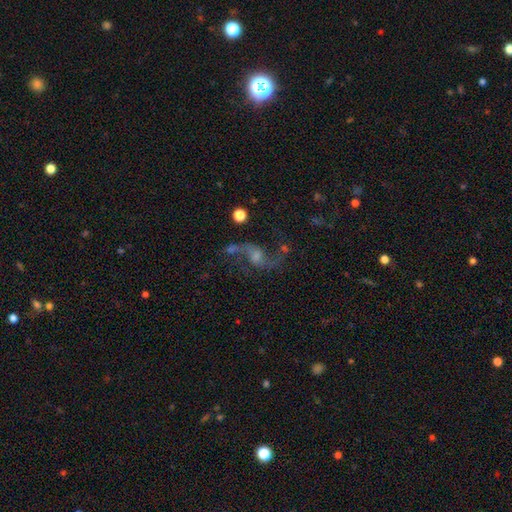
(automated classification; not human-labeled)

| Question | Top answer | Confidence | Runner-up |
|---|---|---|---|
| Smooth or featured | featured or disk | 83% | star or artifact (10%) |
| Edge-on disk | no | 96% | yes (4%) |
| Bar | no | 50% | weak (40%) |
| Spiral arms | yes | 94% | no (6%) |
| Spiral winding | loose | 87% | medium (11%) |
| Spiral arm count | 2 | 92% | 1 (3%) |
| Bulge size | small | 39% | moderate (36%) |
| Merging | none | 61% | minor disturbance (15%) |